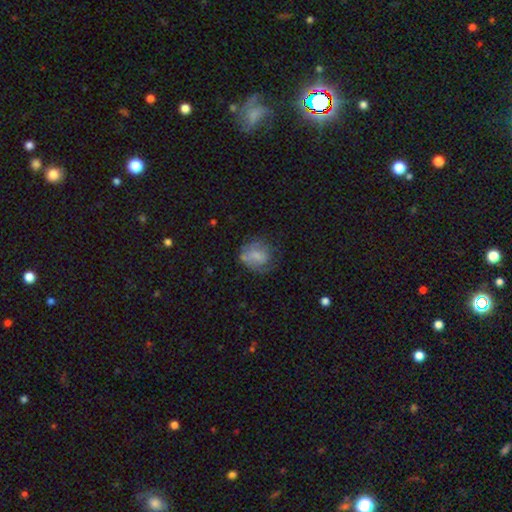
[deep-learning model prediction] Morphology: type=smooth (64%); roundness=round (68%); merging=none (53%).